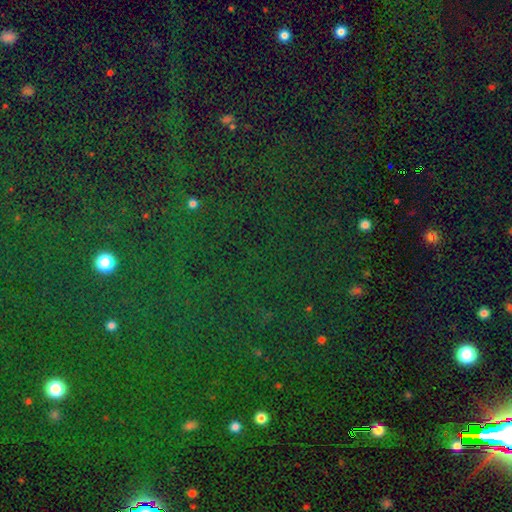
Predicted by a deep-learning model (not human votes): A star or artifact, not a galaxy (80%).